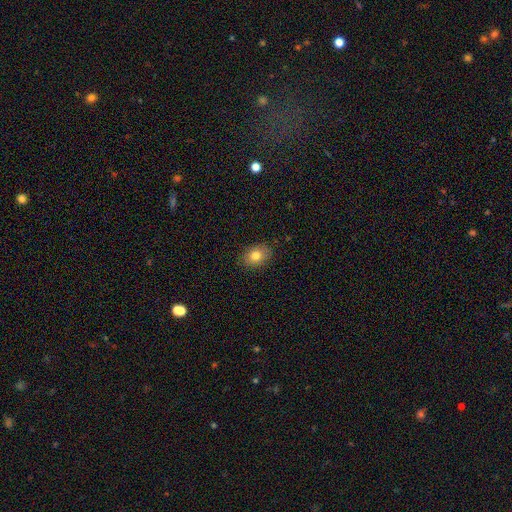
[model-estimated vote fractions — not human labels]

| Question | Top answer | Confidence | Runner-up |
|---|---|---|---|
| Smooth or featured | smooth | 80% | featured or disk (12%) |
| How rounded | in between | 75% | round (24%) |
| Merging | none | 86% | minor disturbance (11%) |